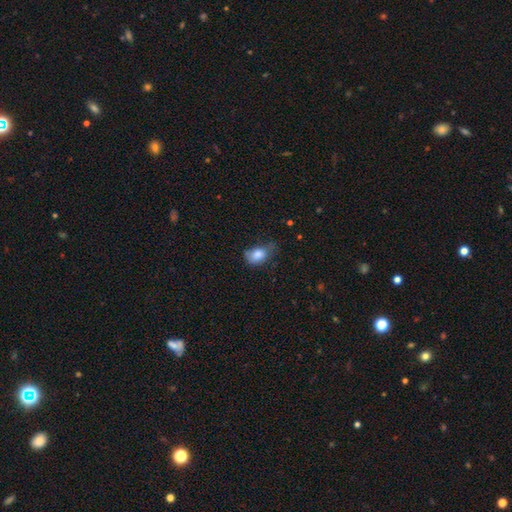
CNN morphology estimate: smooth 82%, featured or disk 10%, star or artifact 9%. Down the decision tree: how rounded — in between (81%); merging — minor disturbance (41%).